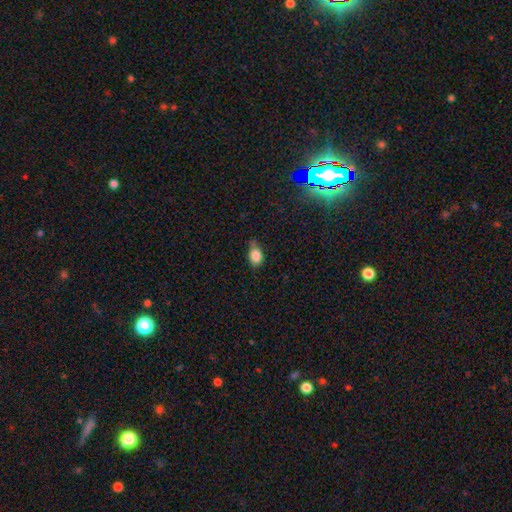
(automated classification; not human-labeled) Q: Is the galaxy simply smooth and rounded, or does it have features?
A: smooth — 84%.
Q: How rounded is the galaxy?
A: in between — 75%.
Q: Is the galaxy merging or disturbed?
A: none — 50%.